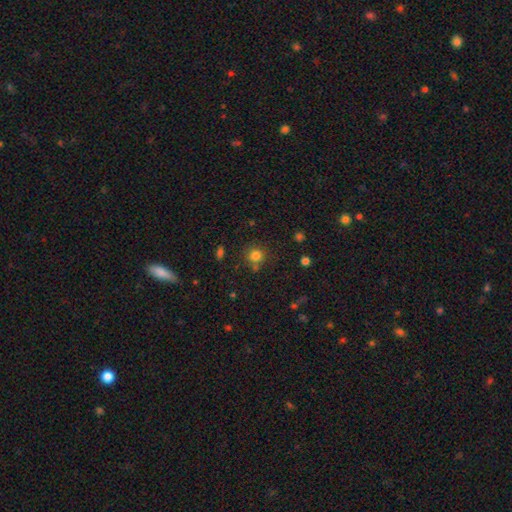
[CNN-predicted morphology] smooth-or-featured: smooth: 79% | star or artifact: 15% | featured or disk: 6%
  how-rounded: round: 91% | in between: 8% | cigar-shaped: 1%
  merging: none: 77% | minor disturbance: 10% | merger: 9% | major disturbance: 4%